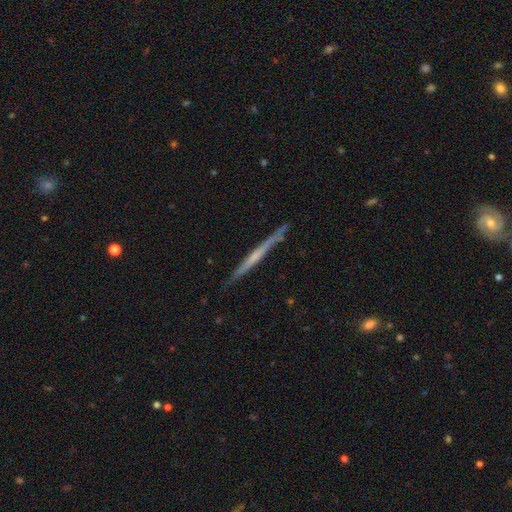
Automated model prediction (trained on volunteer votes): Q: Smooth or featured?
A: featured or disk (65%); runner-up: smooth (30%)
Q: Edge-on disk?
A: yes (97%); runner-up: no (3%)
Q: Edge-on bulge?
A: none (72%); runner-up: rounded (20%)
Q: Merging?
A: none (87%); runner-up: minor disturbance (10%)